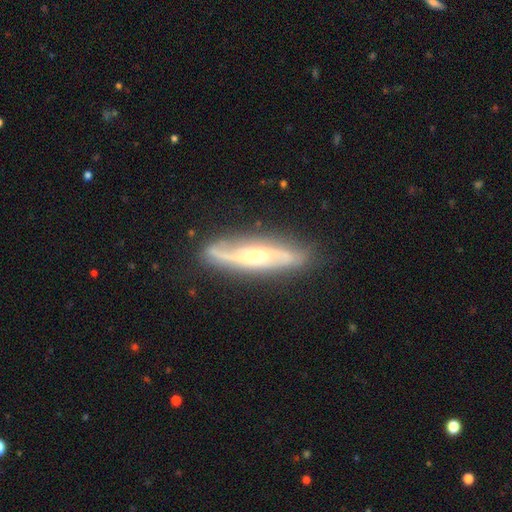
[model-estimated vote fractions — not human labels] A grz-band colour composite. It shows a featured or disk galaxy (81%) with no bar (47%), 2 (84%) medium (41%) spiral arms (93%) and a moderate central bulge (61%). Merging: none (81%).